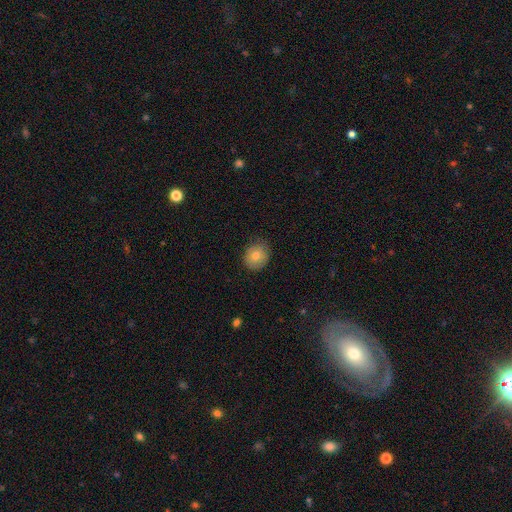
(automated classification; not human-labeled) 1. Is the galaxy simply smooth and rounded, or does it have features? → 74% smooth, 17% featured or disk, 8% star or artifact.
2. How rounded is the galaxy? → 75% round, 24% in between, 1% cigar-shaped.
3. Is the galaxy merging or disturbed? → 79% none, 17% minor disturbance, 3% major disturbance, 1% merger.